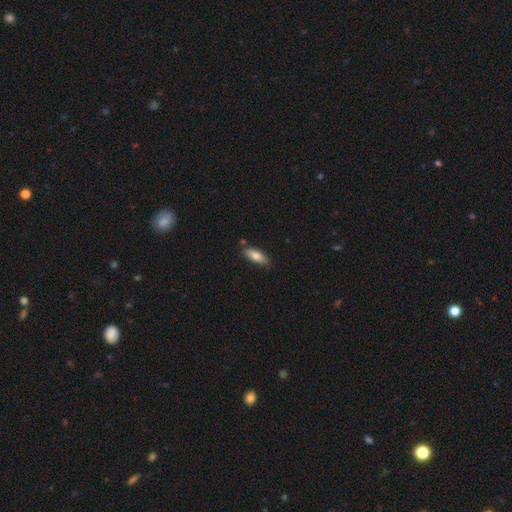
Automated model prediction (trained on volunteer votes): Q: Smooth or featured?
A: smooth (81%); runner-up: featured or disk (13%)
Q: How rounded?
A: in between (66%); runner-up: cigar-shaped (32%)
Q: Merging?
A: none (77%); runner-up: minor disturbance (16%)